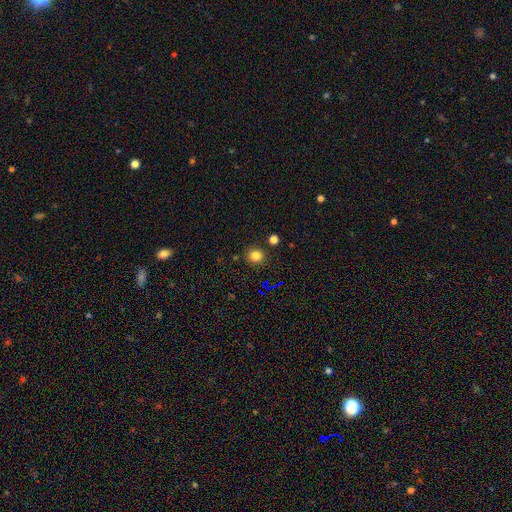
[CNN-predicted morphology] Smooth or featured: smooth — 80% (star or artifact — 15%)
How rounded: round — 84% (in between — 15%)
Merging: none — 87% (minor disturbance — 7%)